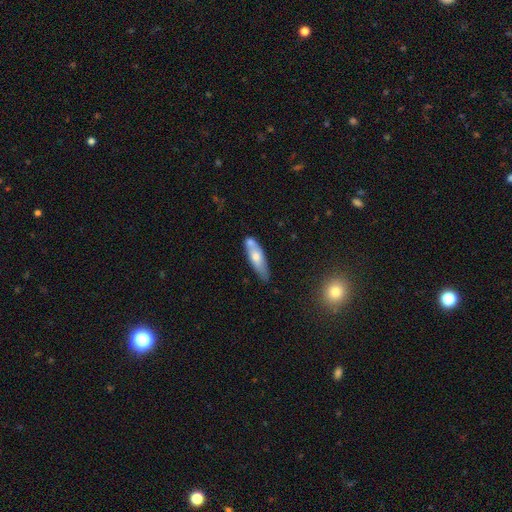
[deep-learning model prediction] Overall: smooth (61%; featured or disk 33%). How rounded: cigar-shaped (54%; in between 44%). Merging: none (55%; minor disturbance 22%).